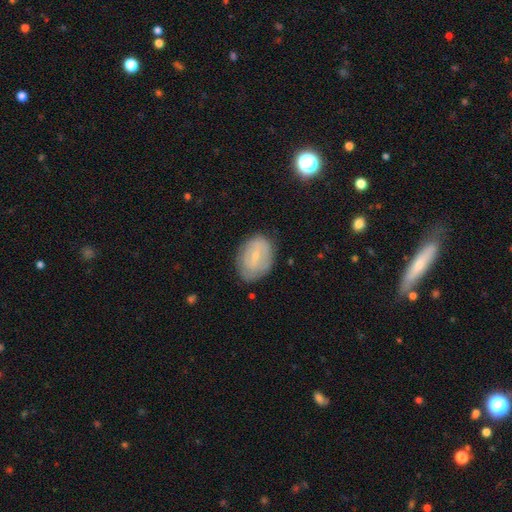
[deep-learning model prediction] Smooth or featured? smooth (46%)
Merging? none (73%)